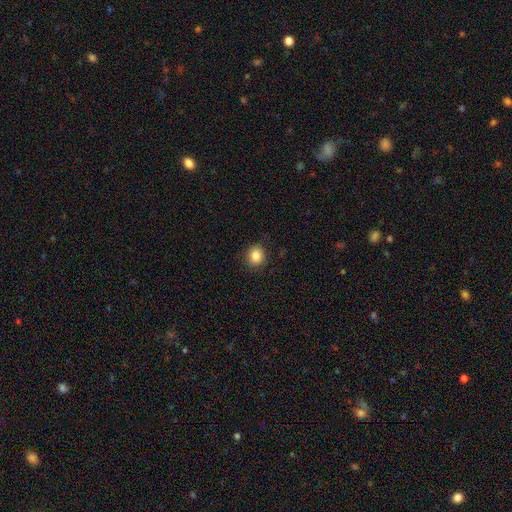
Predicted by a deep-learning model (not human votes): smooth-or-featured: smooth: 85% | star or artifact: 10% | featured or disk: 5%
  how-rounded: round: 77% | in between: 23% | cigar-shaped: 1%
  merging: none: 88% | minor disturbance: 9% | major disturbance: 2% | merger: 1%